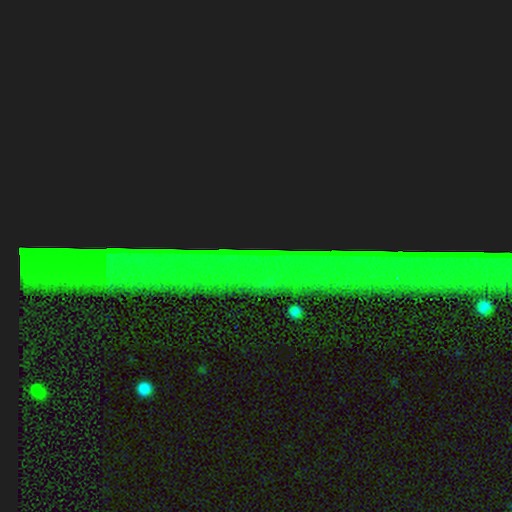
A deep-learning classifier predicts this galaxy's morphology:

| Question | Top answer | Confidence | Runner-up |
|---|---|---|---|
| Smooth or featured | star or artifact | 81% | featured or disk (11%) |